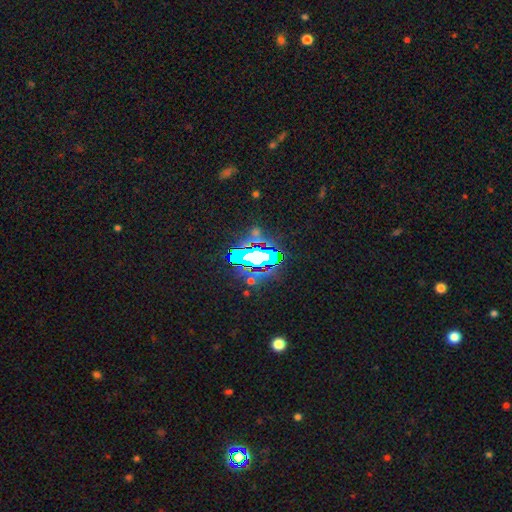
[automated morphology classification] Smooth or featured? Predicted: star or artifact (p=0.61).